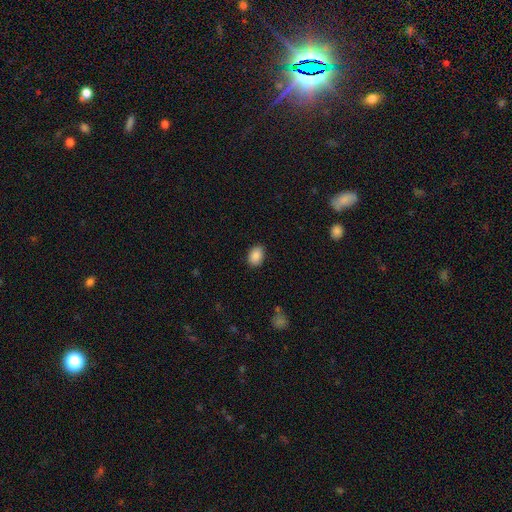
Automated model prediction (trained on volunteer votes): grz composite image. It shows a smooth galaxy with no disk features (88%) that is in between round and cigar-shaped (78%). Merging: none (87%).